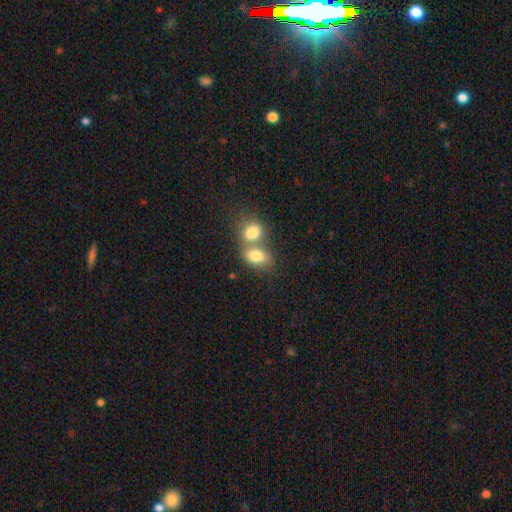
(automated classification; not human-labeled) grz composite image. It shows a smooth galaxy with no disk features (79%) that is in between round and cigar-shaped (75%). Merging: merger (62%).